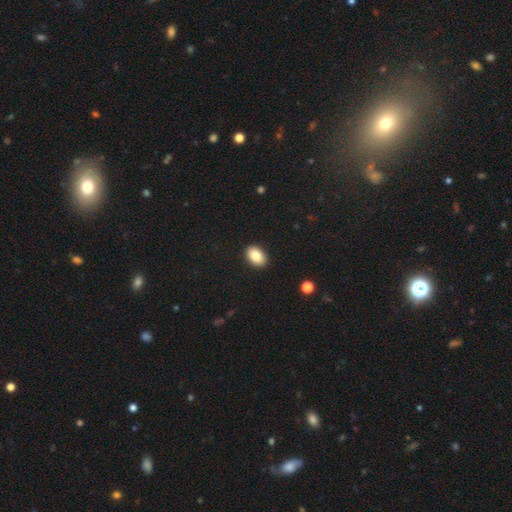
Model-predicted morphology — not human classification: This is clearly a smooth galaxy (86%). How rounded: clearly in between (85%). Merging: clearly none (91%).